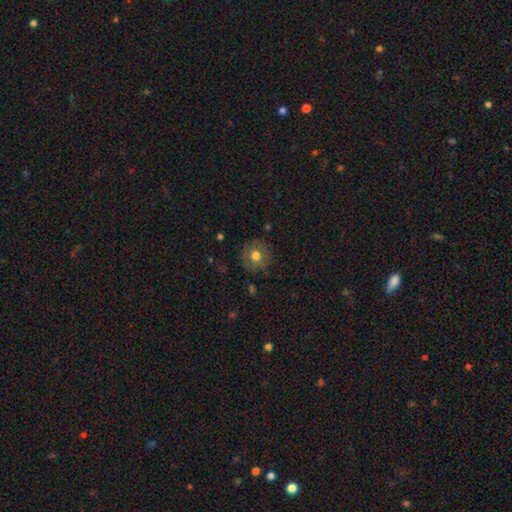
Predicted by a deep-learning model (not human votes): This is likely a smooth galaxy (69%). How rounded: clearly round (92%). Merging: clearly none (85%).